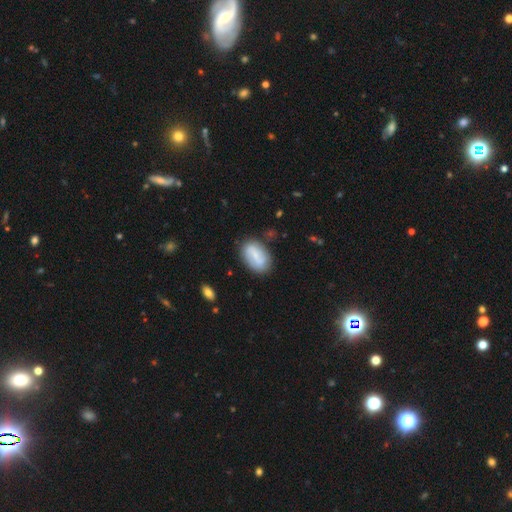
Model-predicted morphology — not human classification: Q: Smooth or featured?
A: smooth (53%); runner-up: featured or disk (40%)
Q: How rounded?
A: in between (89%); runner-up: round (8%)
Q: Merging?
A: none (77%); runner-up: minor disturbance (16%)